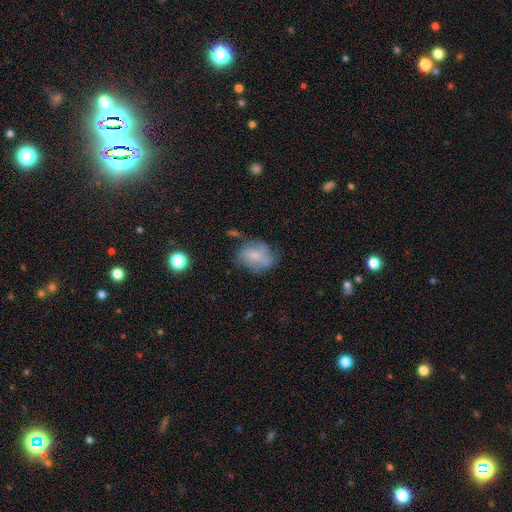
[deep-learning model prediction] smooth_or_featured: smooth (p=0.55) [alt: featured or disk p=0.35]
how_rounded: in between (p=0.53) [alt: round p=0.45]
merging: none (p=0.50) [alt: minor disturbance p=0.28]